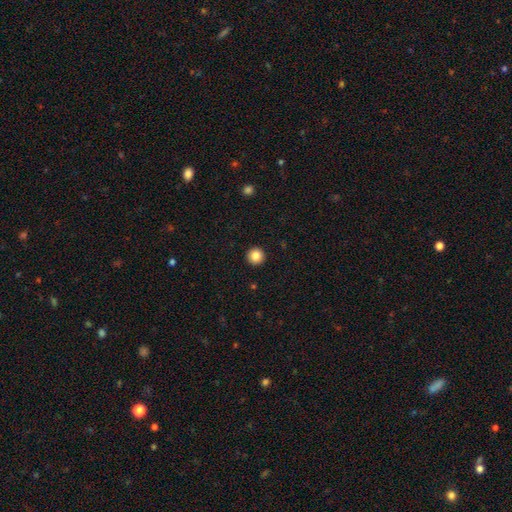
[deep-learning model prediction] Morphology: type=smooth (85%); roundness=round (96%); merging=none (94%).